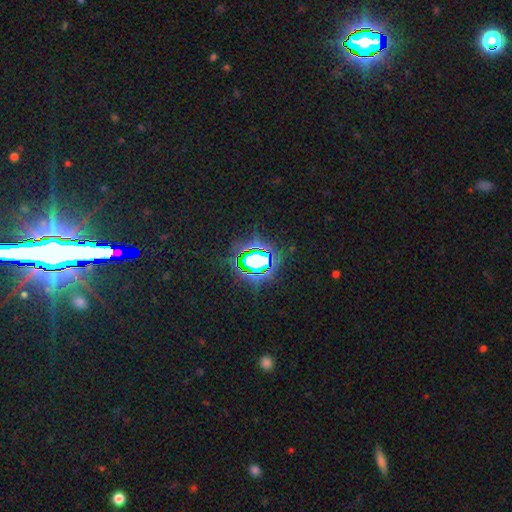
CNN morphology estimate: A star or artifact, not a galaxy (82%).